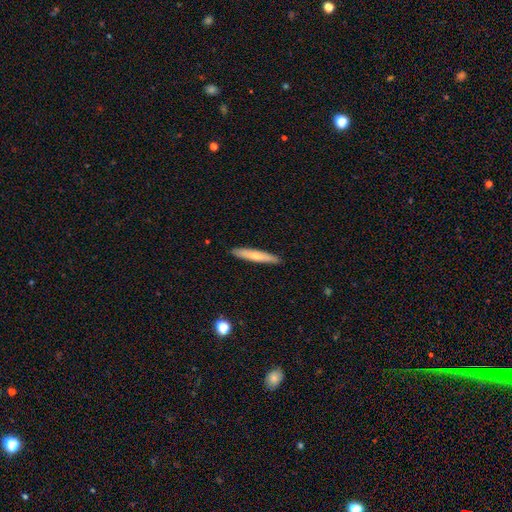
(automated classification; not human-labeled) Smooth or featured?
  - smooth: 65% *
  - featured or disk: 30%
  - star or artifact: 5%
How rounded?
  - cigar-shaped: 93% *
  - in between: 6%
  - round: 1%
Merging?
  - none: 91% *
  - minor disturbance: 7%
  - major disturbance: 1%
  - merger: 1%